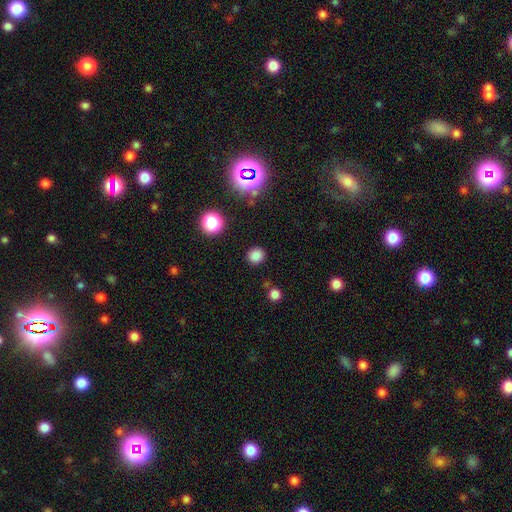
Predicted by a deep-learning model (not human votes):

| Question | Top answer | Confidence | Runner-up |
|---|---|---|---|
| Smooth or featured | smooth | 80% | star or artifact (16%) |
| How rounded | round | 84% | in between (15%) |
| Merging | none | 89% | minor disturbance (7%) |